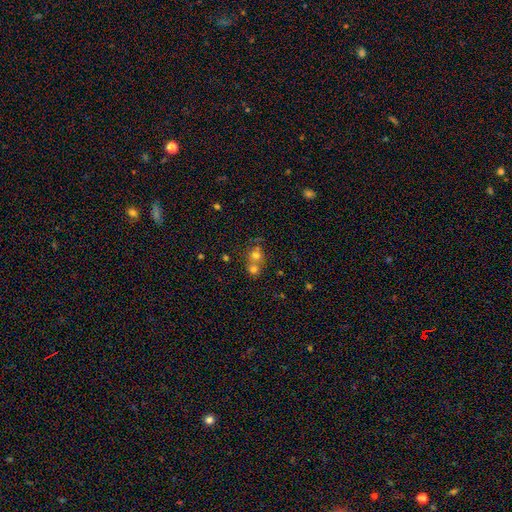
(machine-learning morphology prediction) smooth 69%, star or artifact 16%, featured or disk 15%. Down the decision tree: how rounded — round (83%); merging — merger (55%).